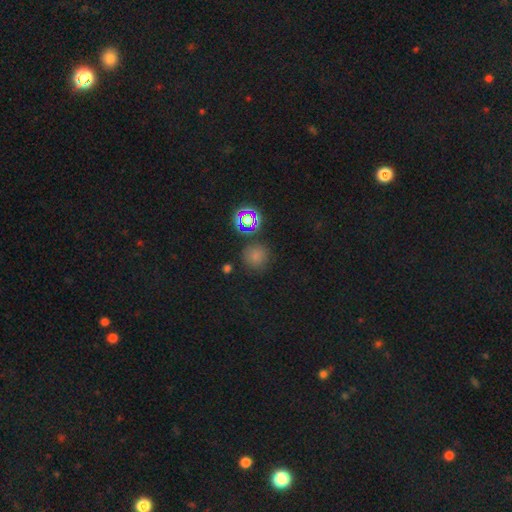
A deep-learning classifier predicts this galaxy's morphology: The model was most divided on "smooth or featured": smooth: 66%, star or artifact: 27%, featured or disk: 7%. More confident: how rounded — round (92%); merging — none (79%).